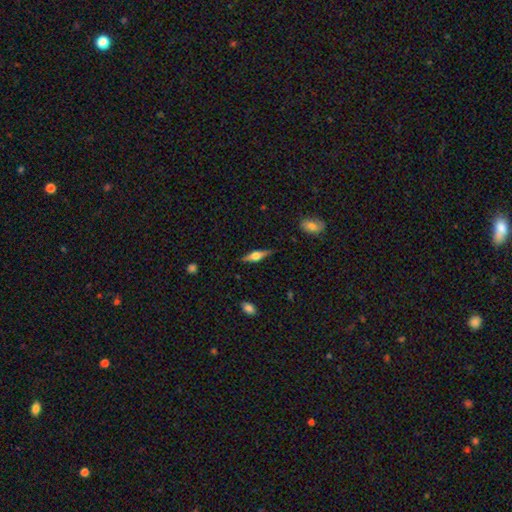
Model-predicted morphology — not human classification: Overall: featured or disk (67%; smooth 27%). Edge-on disk: yes (96%). Edge-on bulge: rounded (91%). Merging: none (87%).